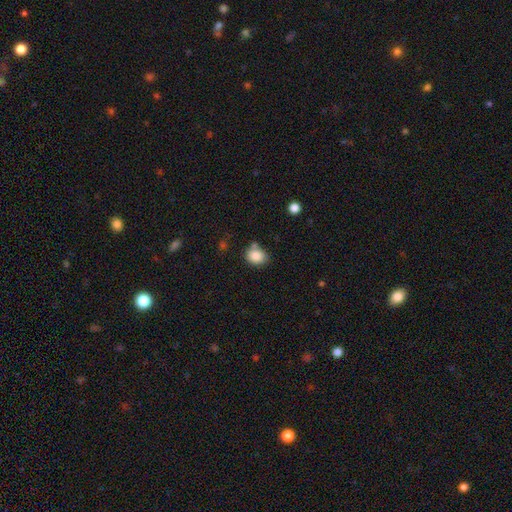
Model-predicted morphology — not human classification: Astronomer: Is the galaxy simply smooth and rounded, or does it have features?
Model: smooth — 86%.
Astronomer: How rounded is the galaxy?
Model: round — 53% (runner-up: in between, 46%).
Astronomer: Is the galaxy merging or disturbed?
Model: none — 69%.